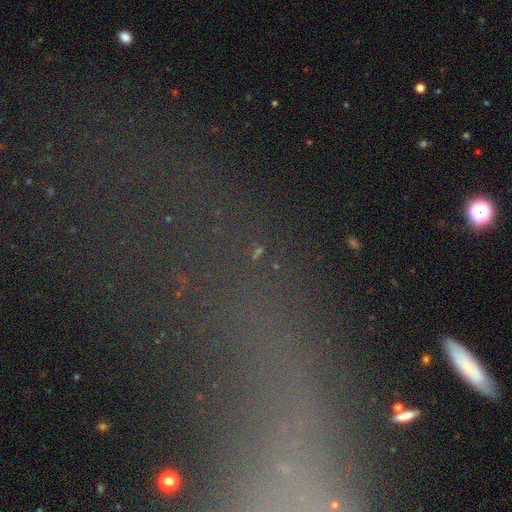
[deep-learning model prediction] A star or artifact, not a galaxy (57%).

Vote fractions:
- Smooth or featured? star or artifact: 57% / smooth: 24% / featured or disk: 19%